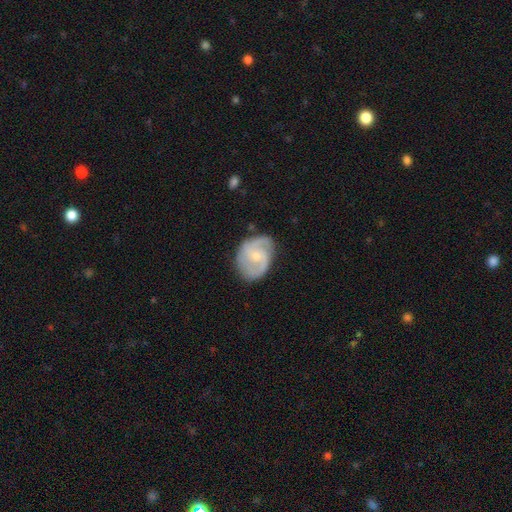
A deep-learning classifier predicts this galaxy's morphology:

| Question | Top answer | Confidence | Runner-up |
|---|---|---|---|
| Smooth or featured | featured or disk | 79% | smooth (16%) |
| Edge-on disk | no | 98% | yes (2%) |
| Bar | no | 54% | weak (40%) |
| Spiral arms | yes | 95% | no (5%) |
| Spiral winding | medium | 51% | tight (30%) |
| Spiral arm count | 2 | 68% | 3 (13%) |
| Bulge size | small | 61% | moderate (33%) |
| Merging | none | 71% | minor disturbance (21%) |